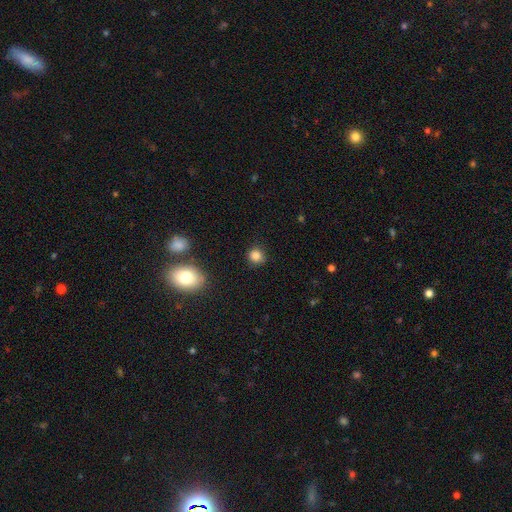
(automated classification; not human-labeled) A smooth galaxy with no disk features (83%) that is round (86%).

Vote fractions:
- Smooth or featured? smooth: 83% / star or artifact: 12% / featured or disk: 5%
- How rounded? round: 86% / in between: 13% / cigar-shaped: 1%
- Merging? none: 85% / minor disturbance: 10% / major disturbance: 3% / merger: 2%